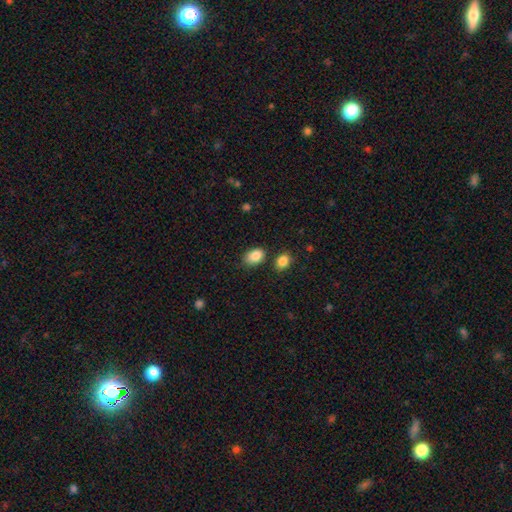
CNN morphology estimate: smooth_or_featured: smooth (p=0.87) [alt: star or artifact p=0.08]
how_rounded: in between (p=0.83) [alt: round p=0.15]
merging: none (p=0.74) [alt: minor disturbance p=0.15]